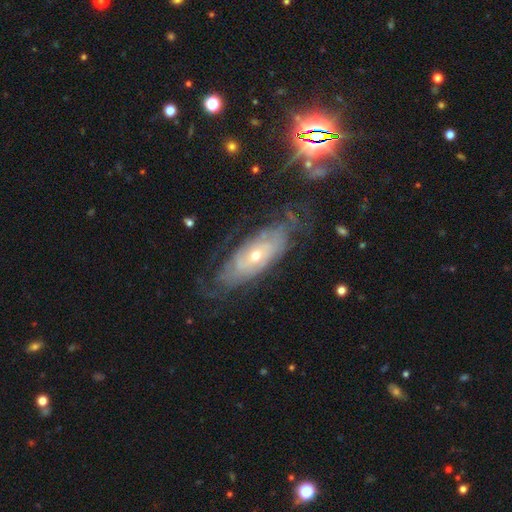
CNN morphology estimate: The model was most divided on "bulge size": small: 57%, moderate: 39%, large: 2%, none: 1%, dominant: 1%. More confident: edge-on disk — no (87%); spiral arms — yes (82%); smooth or featured — featured or disk (77%); bar — no (75%); spiral winding — tight (70%); merging — none (65%); spiral arm count — can't tell (63%).